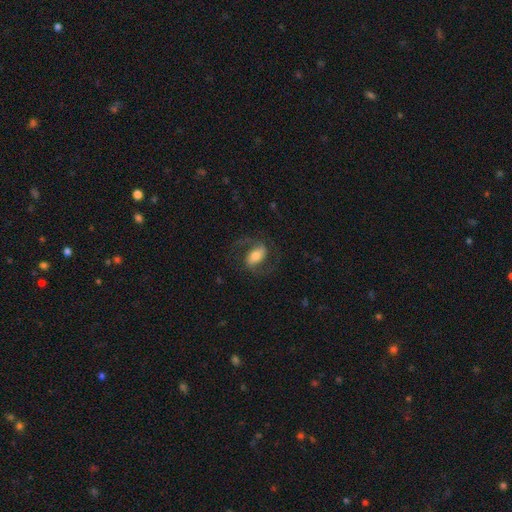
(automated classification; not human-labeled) The model was most divided on "bar": strong: 42%, weak: 35%, no: 24%. Remaining: edge-on disk — no (95%); spiral arm count — 2 (89%); spiral arms — yes (88%); merging — none (68%); smooth or featured — featured or disk (61%); bulge size — moderate (54%); spiral winding — medium (49%).